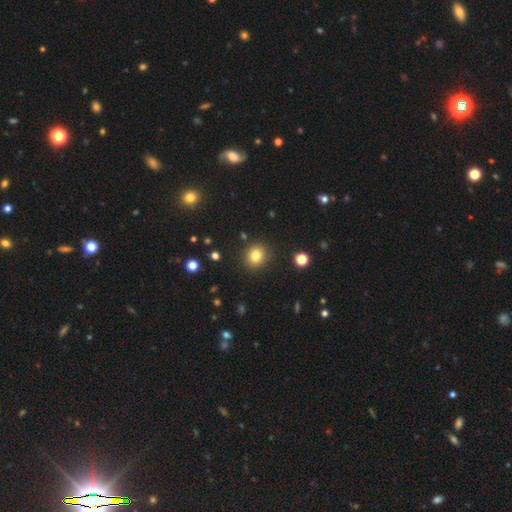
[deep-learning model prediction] smooth-or-featured: smooth: 81% | star or artifact: 12% | featured or disk: 7%
  how-rounded: round: 76% | in between: 23% | cigar-shaped: 1%
  merging: none: 87% | minor disturbance: 8% | major disturbance: 3% | merger: 2%